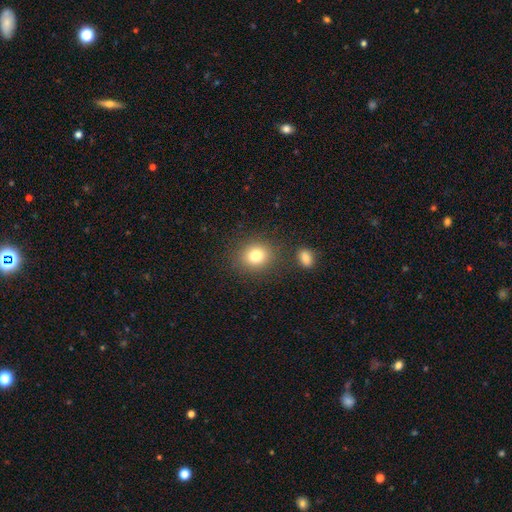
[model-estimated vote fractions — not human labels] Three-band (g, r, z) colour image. It shows a smooth galaxy with no disk features (80%) that is round (72%). Merging: none (83%).